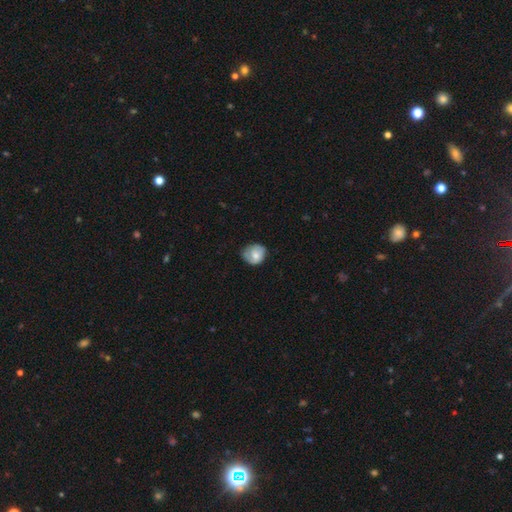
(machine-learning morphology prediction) smooth 61%, featured or disk 32%, star or artifact 7%. Down the decision tree: how rounded — round (70%); merging — none (59%).